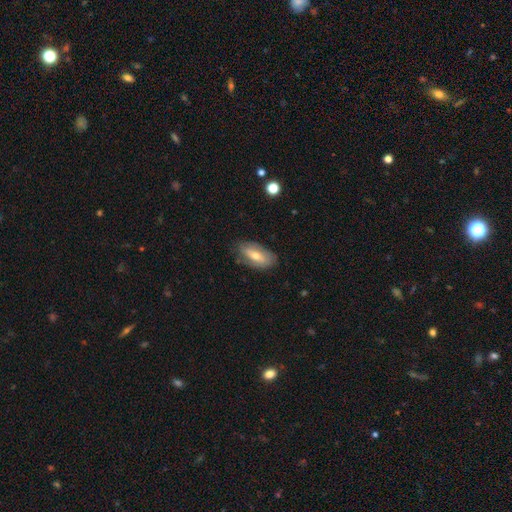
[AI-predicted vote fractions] A smooth galaxy with no disk features (51%) that is in between round and cigar-shaped (89%).

Vote fractions:
- Smooth or featured? smooth: 51% / featured or disk: 42% / star or artifact: 7%
- How rounded? in between: 89% / cigar-shaped: 8% / round: 4%
- Merging? none: 75% / minor disturbance: 19% / major disturbance: 5% / merger: 1%